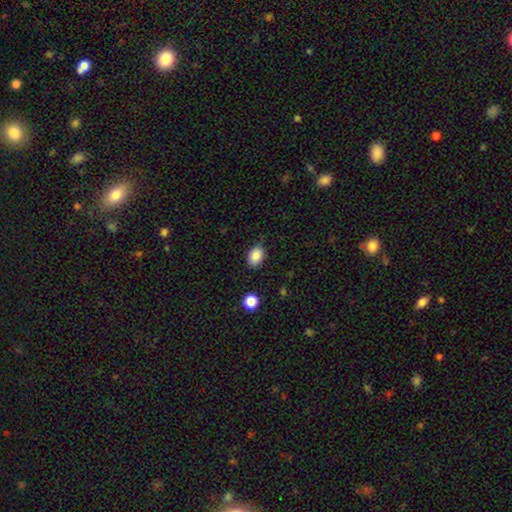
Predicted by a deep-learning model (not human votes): Morphology: type=smooth (87%); roundness=in between (79%); merging=none (77%).